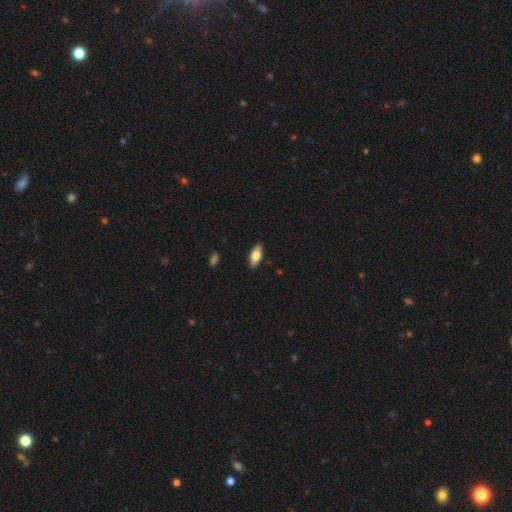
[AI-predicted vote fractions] Smooth or featured?
  - smooth: 72% *
  - featured or disk: 22%
  - star or artifact: 6%
How rounded?
  - in between: 82% *
  - cigar-shaped: 15%
  - round: 3%
Merging?
  - none: 88% *
  - minor disturbance: 9%
  - major disturbance: 2%
  - merger: 1%